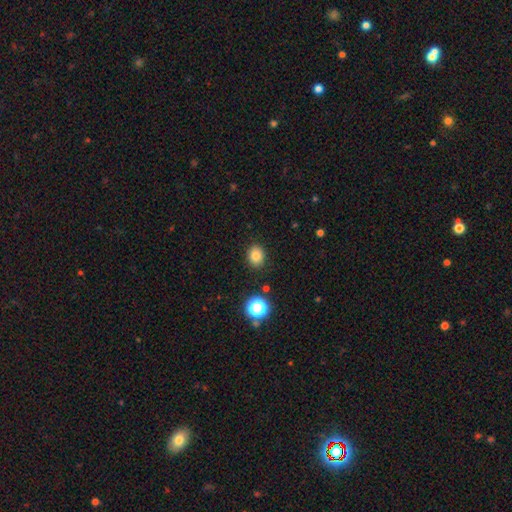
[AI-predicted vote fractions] Morphology: type=smooth (81%); roundness=round (56%); merging=none (88%).